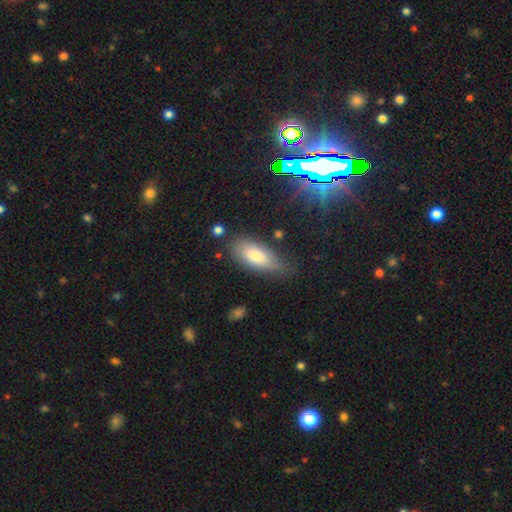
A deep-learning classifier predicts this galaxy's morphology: Smooth or featured: smooth — 73% (featured or disk — 18%)
How rounded: in between — 81% (cigar-shaped — 16%)
Merging: none — 67% (minor disturbance — 24%)